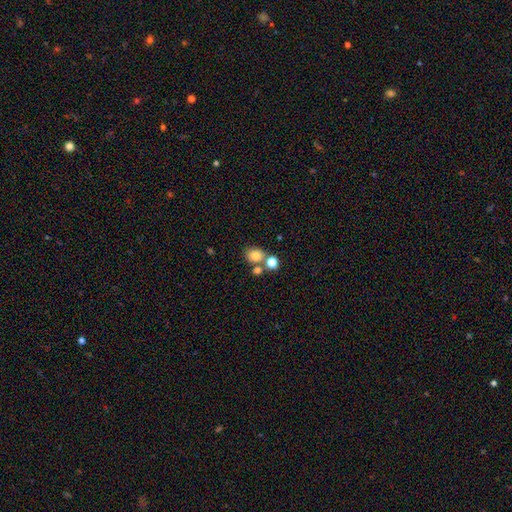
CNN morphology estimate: smooth 79%, star or artifact 13%, featured or disk 8%. Down the decision tree: how rounded — round (58%); merging — none (54%).